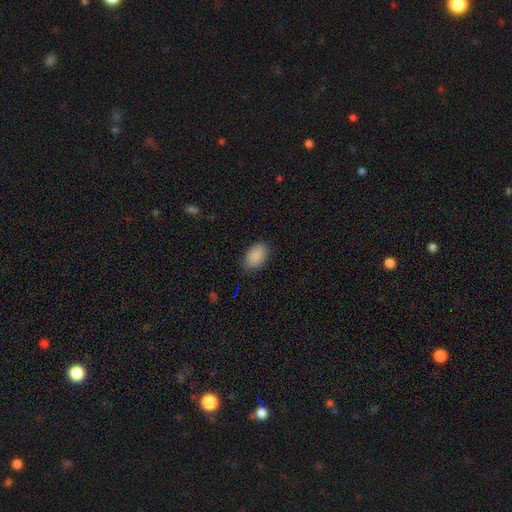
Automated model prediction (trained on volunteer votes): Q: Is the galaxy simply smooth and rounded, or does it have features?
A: smooth — 89%.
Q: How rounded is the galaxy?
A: in between — 91%.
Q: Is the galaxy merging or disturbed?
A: none — 84%.